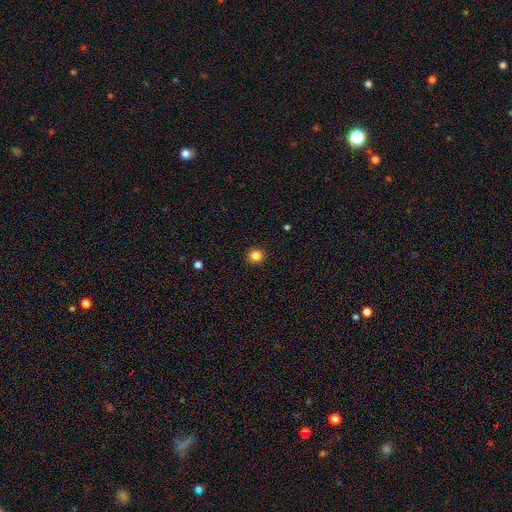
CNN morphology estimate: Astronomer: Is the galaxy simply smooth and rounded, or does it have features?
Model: smooth — 84%.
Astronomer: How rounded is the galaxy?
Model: round — 91%.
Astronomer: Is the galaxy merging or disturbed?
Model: none — 92%.